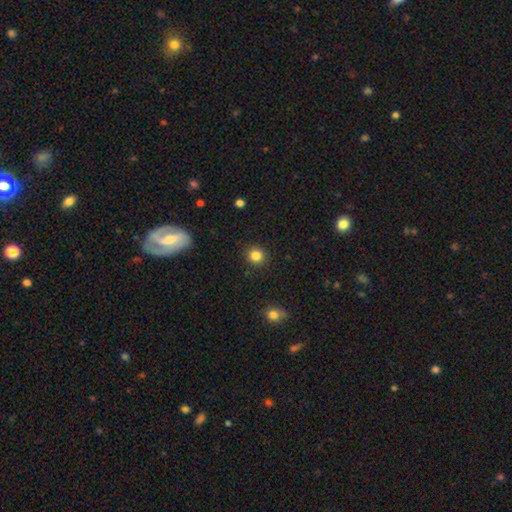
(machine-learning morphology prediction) A smooth galaxy with no disk features (84%) that is round (90%). Merging: none (90%).